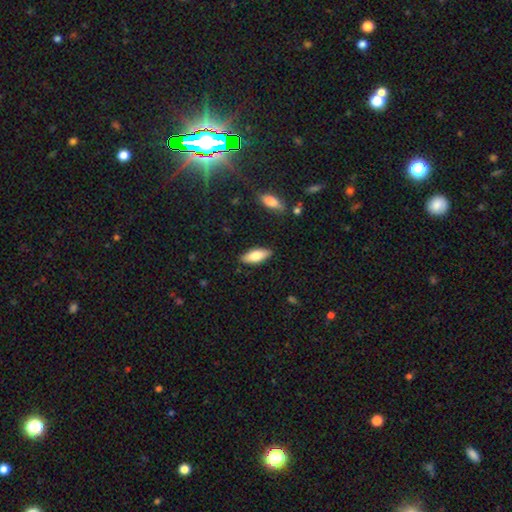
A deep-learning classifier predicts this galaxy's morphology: Overall: smooth (77%). How rounded: in between (74%). Merging: none (86%).